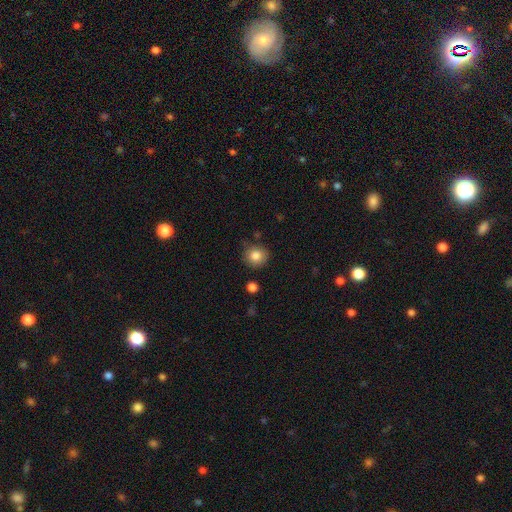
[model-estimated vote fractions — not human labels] smooth_or_featured: smooth (p=0.84) [alt: star or artifact p=0.10]
how_rounded: round (p=0.89) [alt: in between p=0.10]
merging: none (p=0.82) [alt: minor disturbance p=0.12]